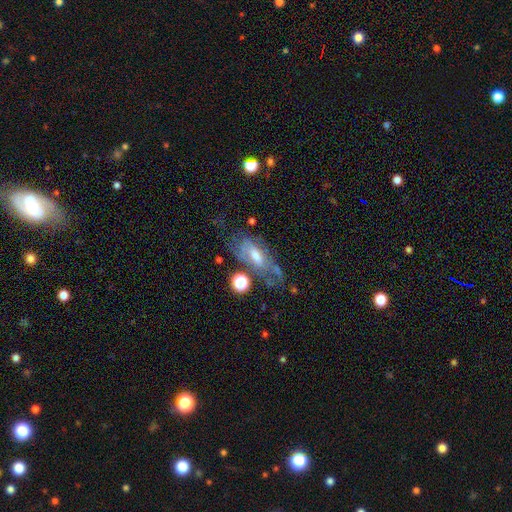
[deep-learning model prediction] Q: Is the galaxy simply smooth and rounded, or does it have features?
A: featured or disk — 66%.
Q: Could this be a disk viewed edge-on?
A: no — 83%.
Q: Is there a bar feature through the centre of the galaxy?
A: no — 47%.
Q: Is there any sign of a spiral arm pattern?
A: yes — 68%.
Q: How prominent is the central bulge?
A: moderate — 55%.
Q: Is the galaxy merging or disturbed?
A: none — 47%.